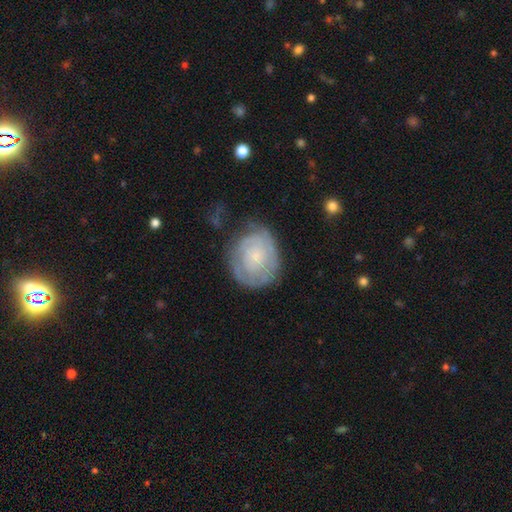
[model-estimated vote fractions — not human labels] The model was most divided on "smooth or featured": featured or disk: 60%, smooth: 33%, star or artifact: 7%. More confident: edge-on disk — no (97%); bar — no (82%); spiral arms — yes (72%); bulge size — small (65%); merging — none (59%).